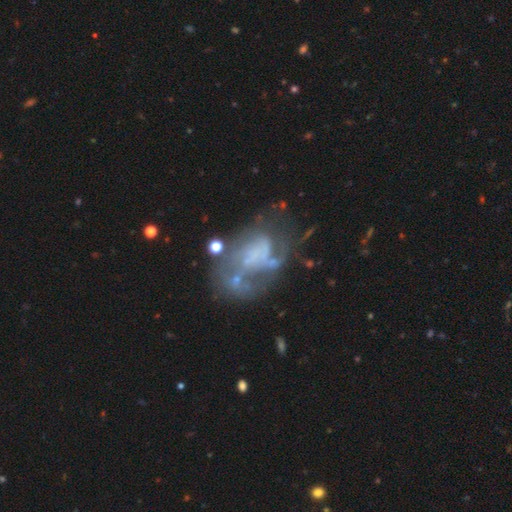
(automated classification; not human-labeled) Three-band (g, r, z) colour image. It shows a featured or disk galaxy (71%) with no bar (75%), spiral arms (54%) and no central bulge (71%). Merging: major disturbance (38%).